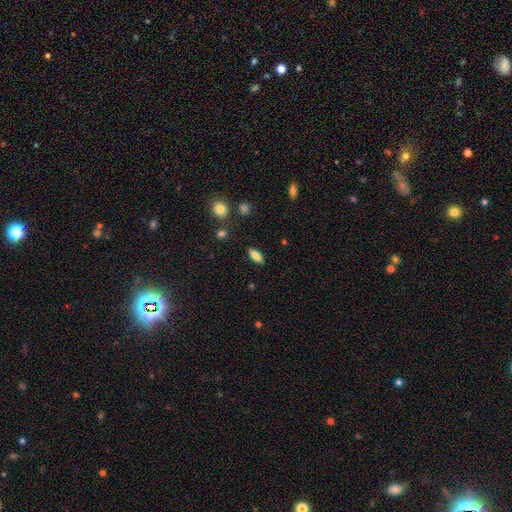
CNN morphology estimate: Smooth or featured: smooth — 74% (featured or disk — 18%)
How rounded: in between — 77% (cigar-shaped — 19%)
Merging: none — 85% (minor disturbance — 10%)